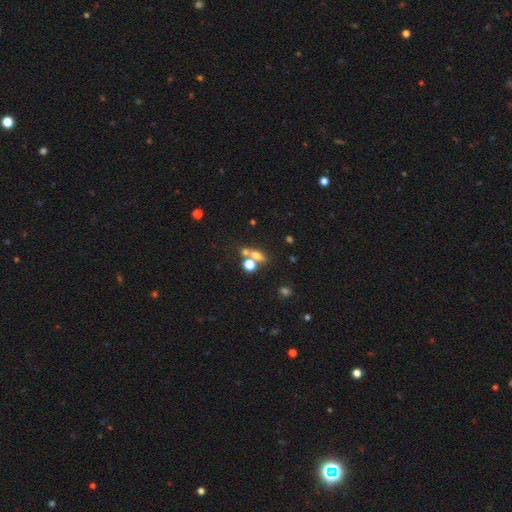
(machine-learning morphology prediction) This is possibly a smooth galaxy (59%). How rounded: possibly in between (49%). Merging: possibly none (48%).